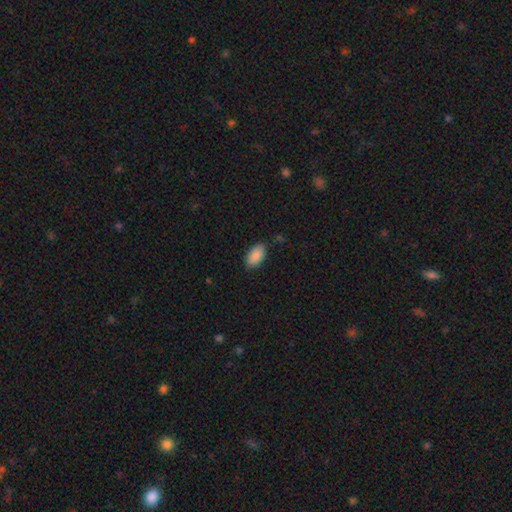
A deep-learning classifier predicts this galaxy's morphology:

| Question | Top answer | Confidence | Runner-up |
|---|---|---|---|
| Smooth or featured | smooth | 89% | star or artifact (7%) |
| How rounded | in between | 94% | cigar-shaped (3%) |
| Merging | none | 83% | minor disturbance (13%) |